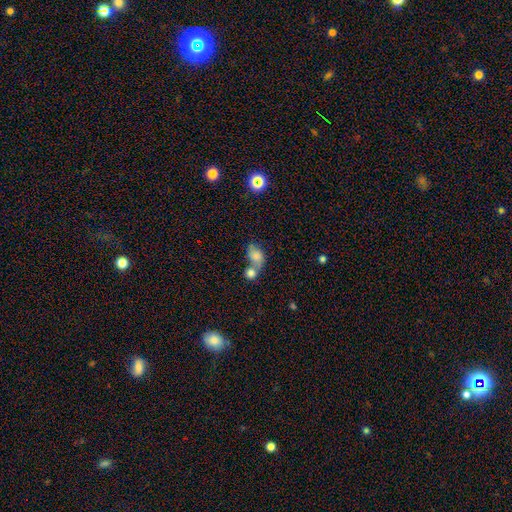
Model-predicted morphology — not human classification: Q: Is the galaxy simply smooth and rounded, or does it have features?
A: smooth — 74%.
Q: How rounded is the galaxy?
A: in between — 70%.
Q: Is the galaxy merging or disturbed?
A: merger — 58%.